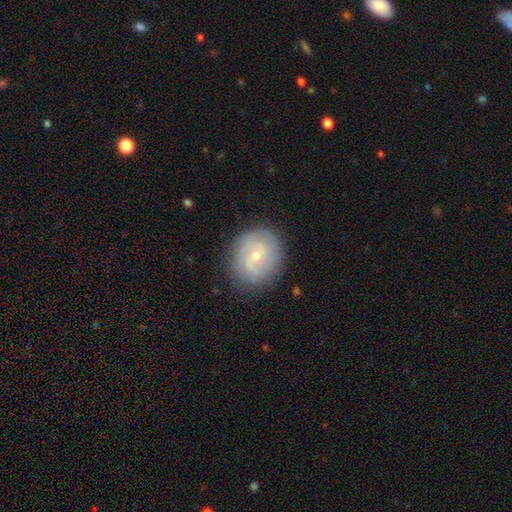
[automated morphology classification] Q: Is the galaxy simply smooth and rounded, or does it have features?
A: featured or disk — 58%.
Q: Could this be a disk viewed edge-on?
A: no — 97%.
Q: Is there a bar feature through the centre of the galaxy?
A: no — 65%.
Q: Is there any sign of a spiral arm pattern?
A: yes — 80%.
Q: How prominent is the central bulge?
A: small — 74%.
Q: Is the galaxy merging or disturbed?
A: none — 81%.